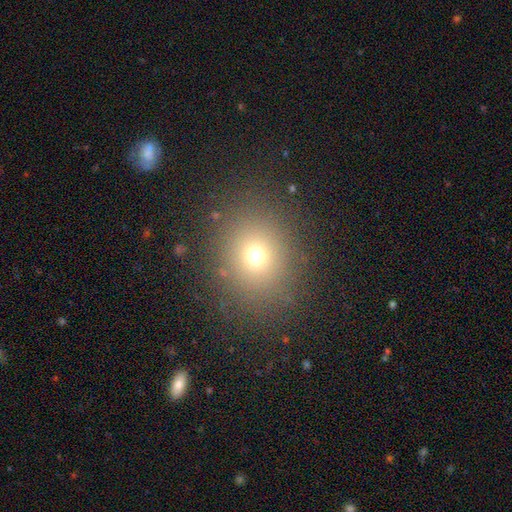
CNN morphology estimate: A smooth galaxy with no disk features (68%) that is round (72%). Merging: none (85%).